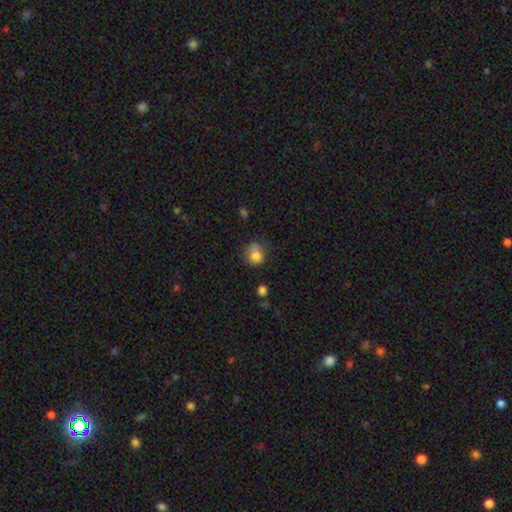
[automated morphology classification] Overall: smooth (80%). How rounded: round (72%). Merging: none (51%; minor disturbance 29%).